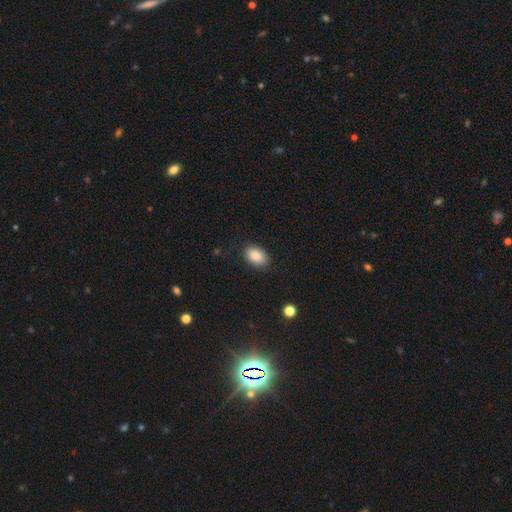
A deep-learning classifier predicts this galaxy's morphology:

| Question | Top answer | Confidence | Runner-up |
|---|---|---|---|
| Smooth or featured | smooth | 87% | star or artifact (8%) |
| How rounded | in between | 87% | round (12%) |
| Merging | none | 84% | minor disturbance (12%) |